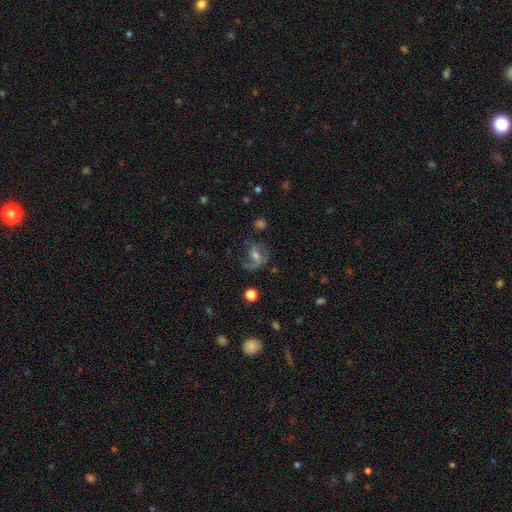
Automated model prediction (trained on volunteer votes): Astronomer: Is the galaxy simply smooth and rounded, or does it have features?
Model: featured or disk — 70%.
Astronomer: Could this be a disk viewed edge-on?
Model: no — 97%.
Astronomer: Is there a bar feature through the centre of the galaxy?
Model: weak — 47% (runner-up: no, 31%).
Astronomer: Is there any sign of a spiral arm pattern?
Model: yes — 90%.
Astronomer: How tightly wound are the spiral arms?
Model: medium — 47% (runner-up: loose, 36%).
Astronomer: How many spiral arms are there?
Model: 2 — 67%.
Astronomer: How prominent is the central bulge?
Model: moderate — 53% (runner-up: small, 35%).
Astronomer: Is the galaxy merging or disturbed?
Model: none — 58%.